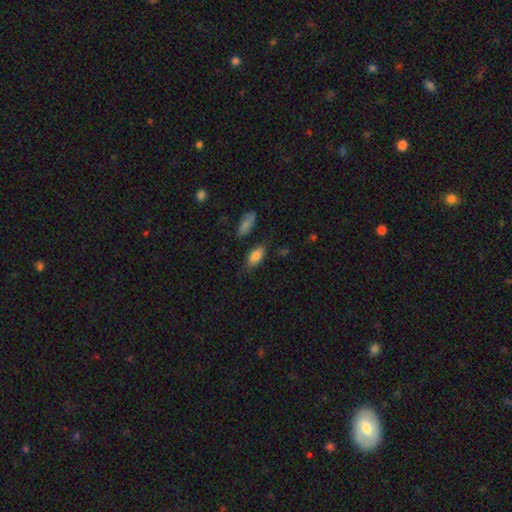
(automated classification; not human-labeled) Smooth or featured: smooth — 83% (featured or disk — 9%)
How rounded: in between — 87% (cigar-shaped — 9%)
Merging: none — 79% (minor disturbance — 15%)